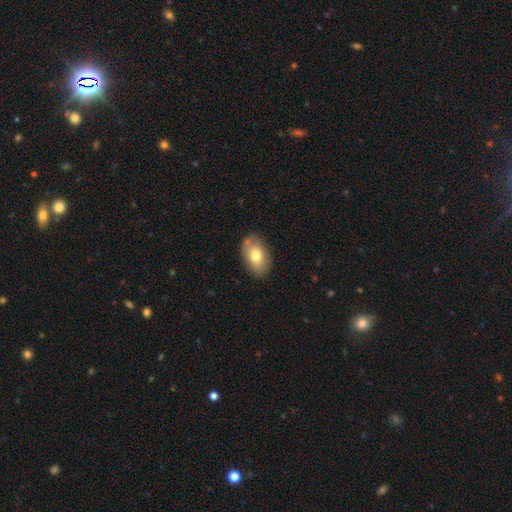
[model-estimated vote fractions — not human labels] A smooth galaxy with no disk features (74%) that is in between round and cigar-shaped (91%). Merging: none (80%).